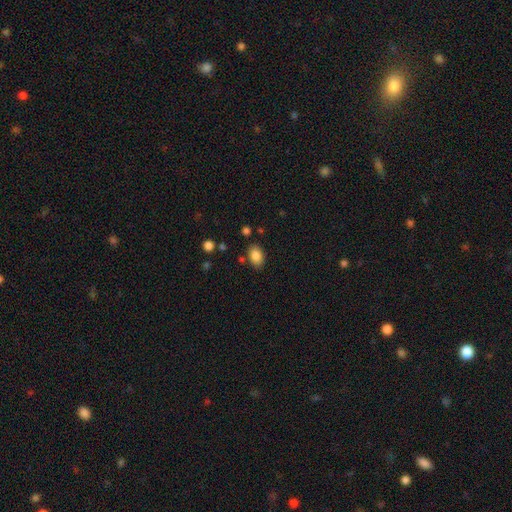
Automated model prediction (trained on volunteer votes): Morphology: type=smooth (86%); roundness=in between (84%); merging=none (82%).